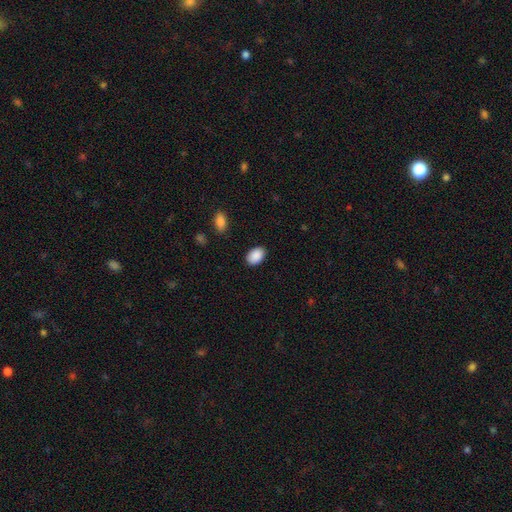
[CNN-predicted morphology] This is clearly a smooth galaxy (90%). How rounded: clearly in between (87%). Merging: clearly none (87%).